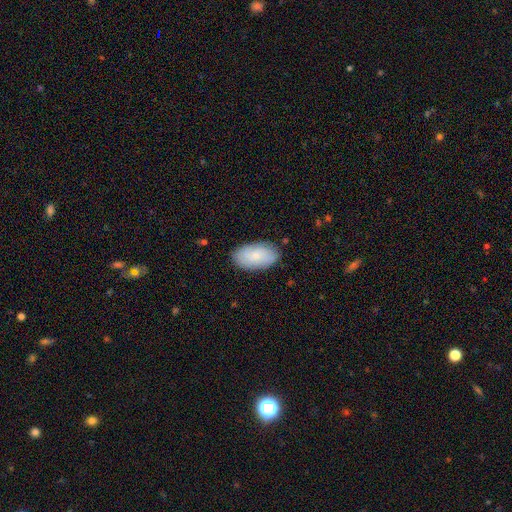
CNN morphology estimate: smooth-or-featured: smooth: 78% | featured or disk: 16% | star or artifact: 6%
  how-rounded: in between: 95% | round: 3% | cigar-shaped: 2%
  merging: none: 85% | minor disturbance: 12% | major disturbance: 2% | merger: 1%